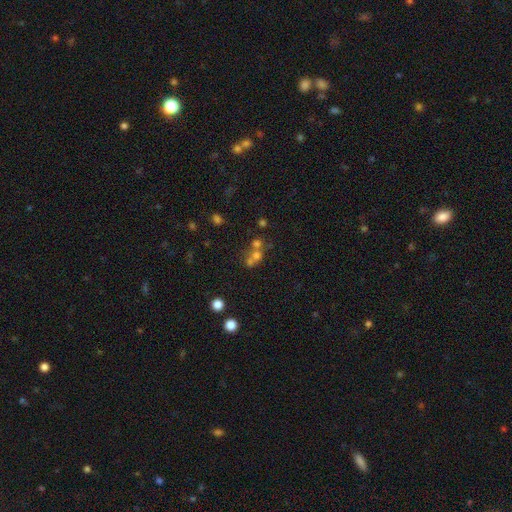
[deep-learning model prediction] This is possibly a smooth galaxy (58%). How rounded: likely round (80%). Merging: possibly merger (52%).